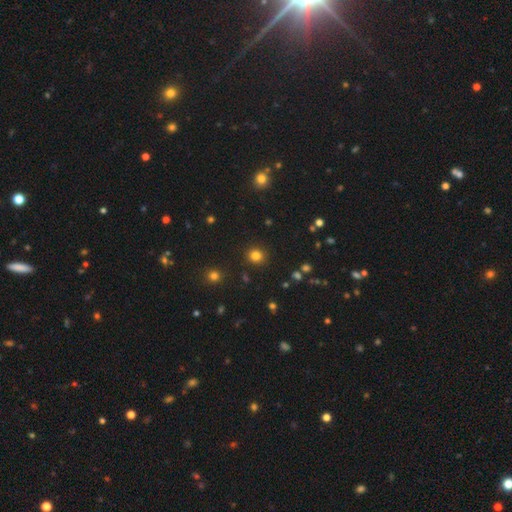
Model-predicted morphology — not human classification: smooth 81%, star or artifact 14%, featured or disk 5%. Down the decision tree: how rounded — round (89%); merging — none (90%).